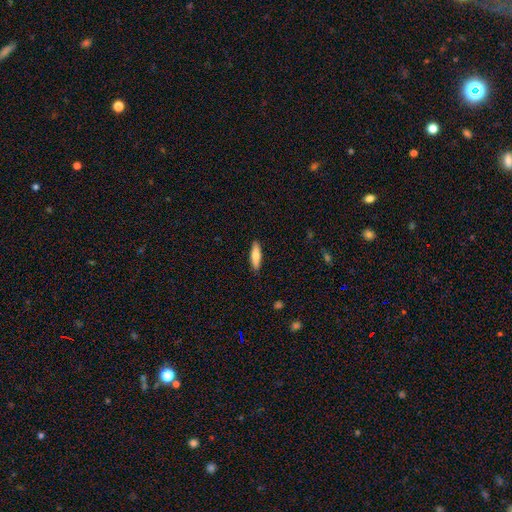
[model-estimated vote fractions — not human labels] smooth-or-featured: smooth: 74% | featured or disk: 20% | star or artifact: 6%
  how-rounded: cigar-shaped: 62% | in between: 36% | round: 2%
  merging: none: 89% | minor disturbance: 8% | major disturbance: 2% | merger: 1%